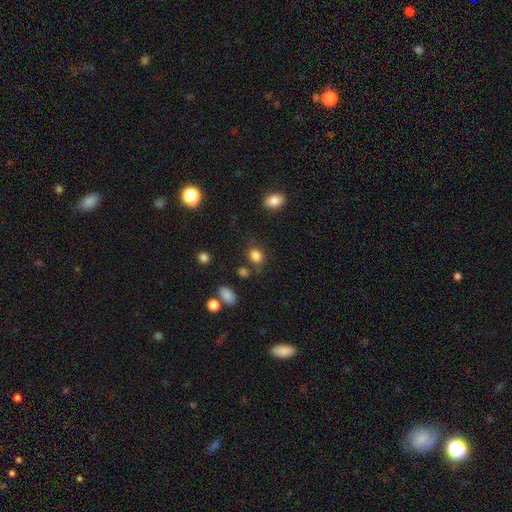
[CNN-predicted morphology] Smooth or featured: smooth — 83% (star or artifact — 11%)
How rounded: round — 51% (in between — 48%)
Merging: none — 72% (minor disturbance — 16%)